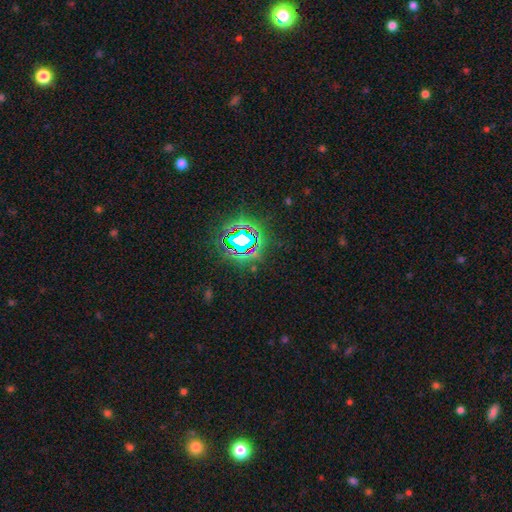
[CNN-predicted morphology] A star or artifact, not a galaxy (81%).

Vote fractions:
- Smooth or featured? star or artifact: 81% / smooth: 12% / featured or disk: 7%